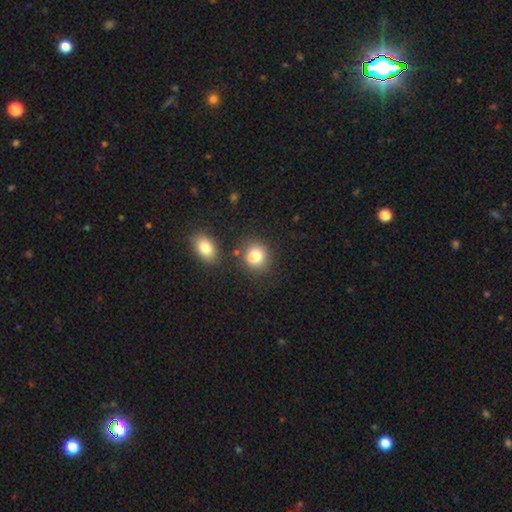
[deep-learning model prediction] Smooth or featured? smooth (80%)
How rounded? round (67%)
Merging? none (65%)